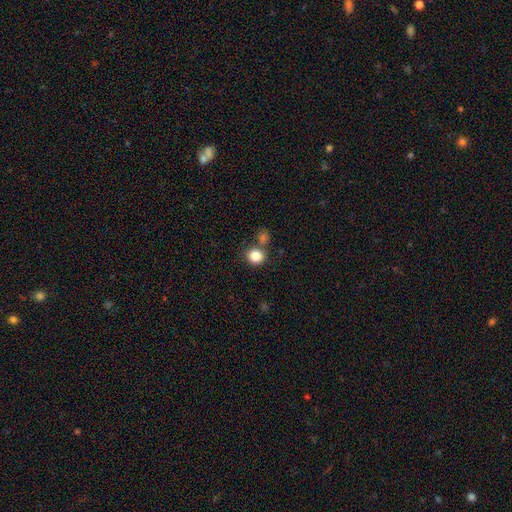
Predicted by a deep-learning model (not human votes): Smooth or featured?
  - smooth: 85% *
  - star or artifact: 10%
  - featured or disk: 5%
How rounded?
  - round: 83% *
  - in between: 16%
  - cigar-shaped: 1%
Merging?
  - none: 64% *
  - merger: 21%
  - minor disturbance: 10%
  - major disturbance: 4%